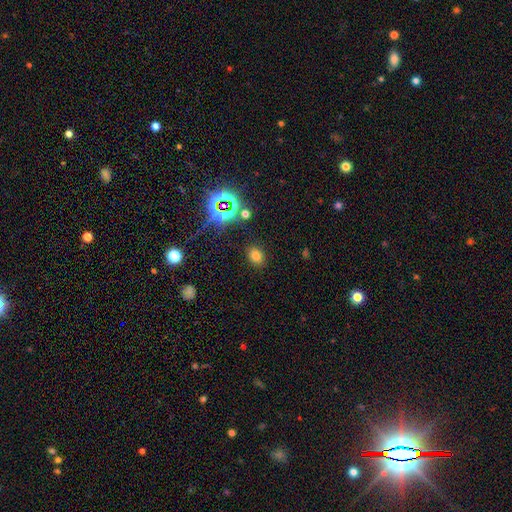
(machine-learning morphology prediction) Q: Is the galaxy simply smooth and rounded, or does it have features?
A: smooth — 70%.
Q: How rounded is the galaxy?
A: in between — 56%.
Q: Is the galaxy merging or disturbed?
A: none — 86%.